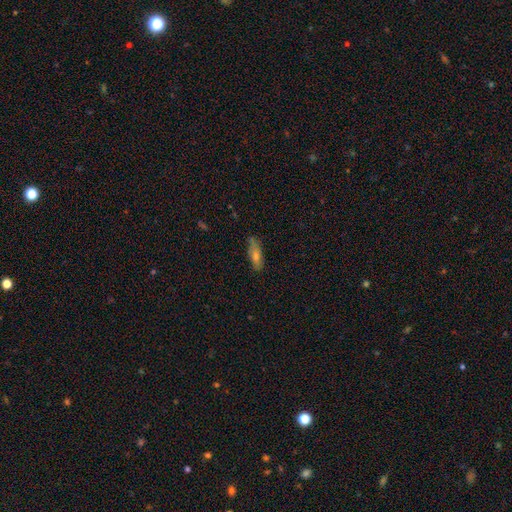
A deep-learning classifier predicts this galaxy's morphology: The model was most divided on "smooth or featured": smooth: 53%, featured or disk: 36%, star or artifact: 11%. More confident: merging — none (78%); how rounded — cigar-shaped (61%).